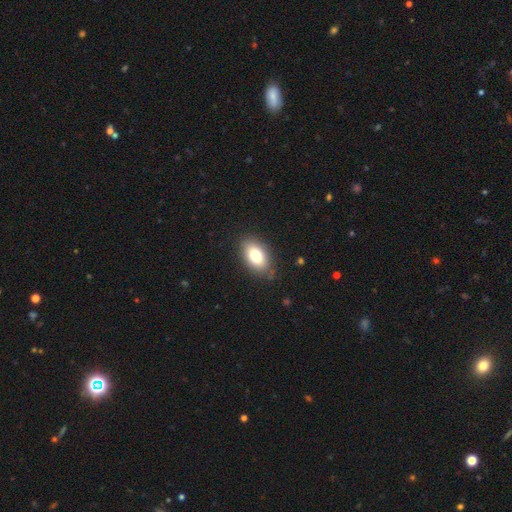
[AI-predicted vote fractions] Smooth or featured? Predicted: smooth (p=0.78). How rounded? Predicted: in between (p=0.91). Merging? Predicted: none (p=0.83).